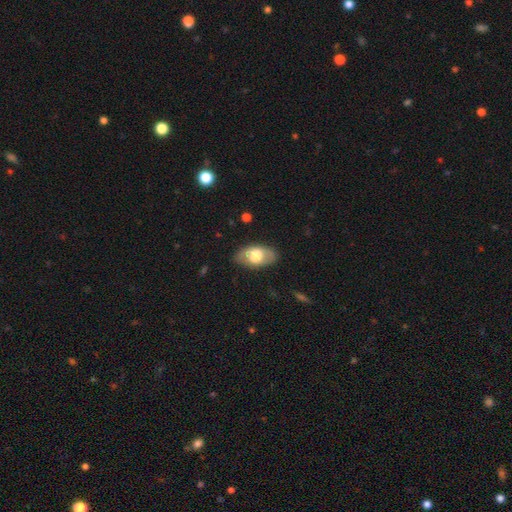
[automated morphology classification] Smooth or featured: smooth — 61% (featured or disk — 33%)
How rounded: in between — 93% (round — 5%)
Merging: none — 82% (minor disturbance — 14%)